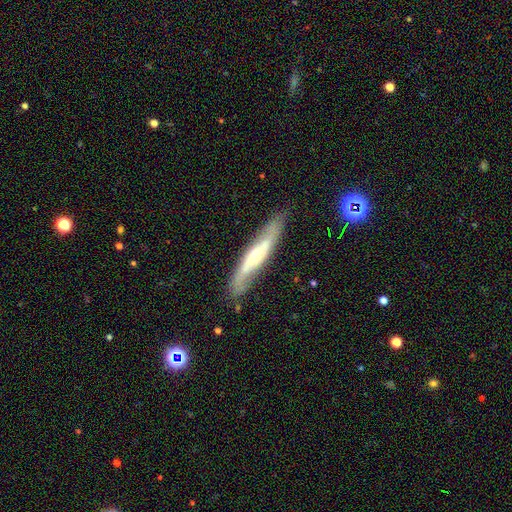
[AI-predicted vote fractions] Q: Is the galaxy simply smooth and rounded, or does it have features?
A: featured or disk — 72%.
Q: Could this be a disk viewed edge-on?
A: yes — 60%.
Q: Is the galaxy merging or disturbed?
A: none — 80%.